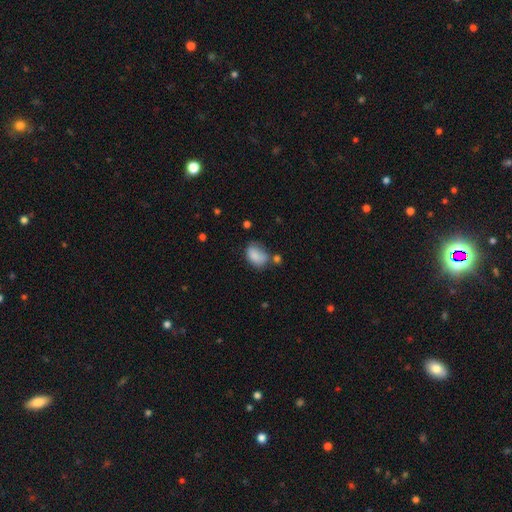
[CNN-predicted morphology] smooth_or_featured: smooth (p=0.84) [alt: star or artifact p=0.08]
how_rounded: in between (p=0.81) [alt: round p=0.18]
merging: none (p=0.47) [alt: minor disturbance p=0.30]